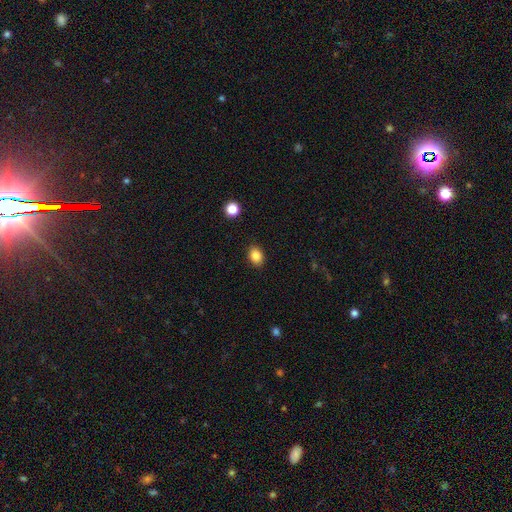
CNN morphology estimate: smooth_or_featured: smooth (p=0.86) [alt: star or artifact p=0.10]
how_rounded: in between (p=0.70) [alt: round p=0.29]
merging: none (p=0.89) [alt: minor disturbance p=0.08]